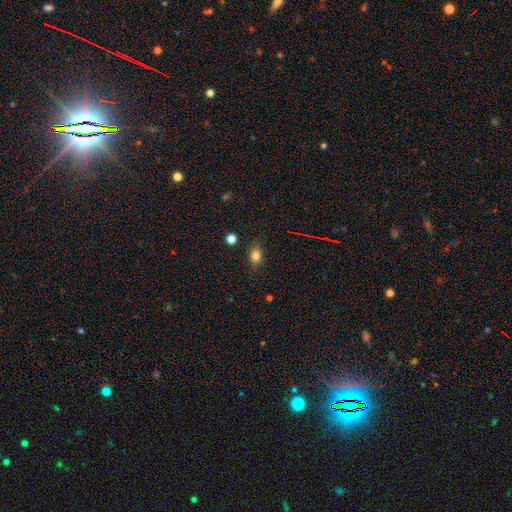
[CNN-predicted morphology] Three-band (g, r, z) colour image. It shows a smooth galaxy with no disk features (78%) that is in between round and cigar-shaped (62%). Merging: none (79%).